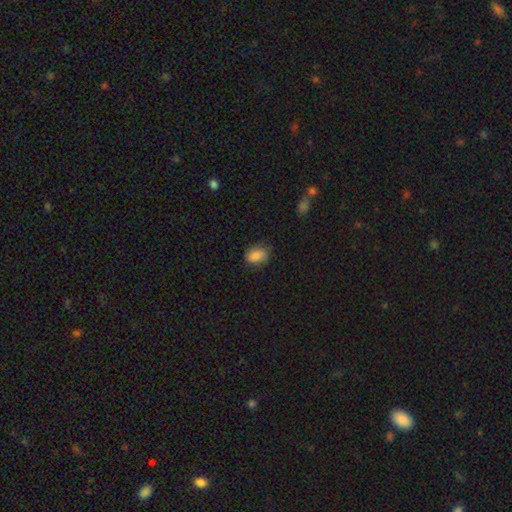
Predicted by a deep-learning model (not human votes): smooth_or_featured: smooth (p=0.82) [alt: featured or disk p=0.10]
how_rounded: in between (p=0.79) [alt: round p=0.20]
merging: none (p=0.68) [alt: minor disturbance p=0.24]